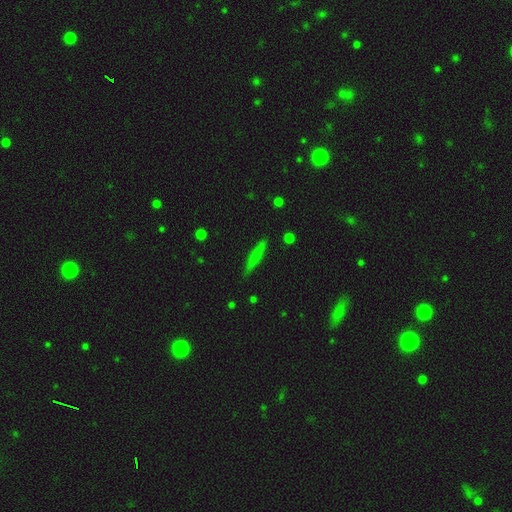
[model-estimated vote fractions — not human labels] This is likely a smooth galaxy (66%). How rounded: clearly cigar-shaped (90%). Merging: clearly none (85%).